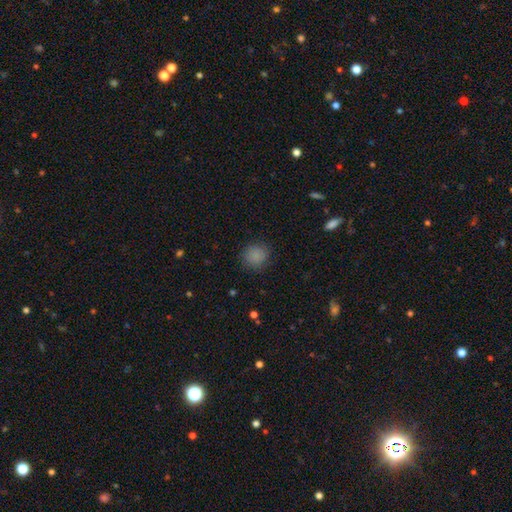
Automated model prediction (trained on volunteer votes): Smooth or featured?
  - smooth: 86% *
  - star or artifact: 10%
  - featured or disk: 4%
How rounded?
  - round: 87% *
  - in between: 12%
  - cigar-shaped: 1%
Merging?
  - none: 86% *
  - minor disturbance: 10%
  - major disturbance: 3%
  - merger: 1%